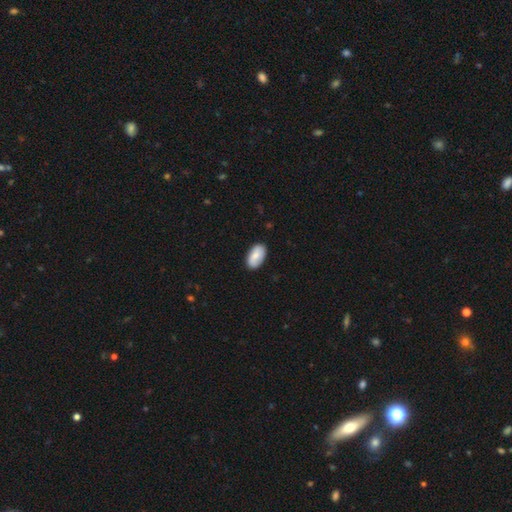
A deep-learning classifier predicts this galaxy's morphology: Smooth or featured? Predicted: smooth (p=0.78). How rounded? Predicted: in between (p=0.95). Merging? Predicted: none (p=0.86).